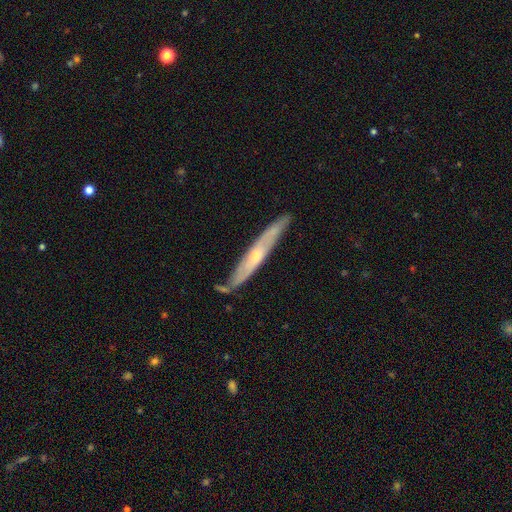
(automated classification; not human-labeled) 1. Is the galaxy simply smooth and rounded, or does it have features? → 64% featured or disk, 30% smooth, 5% star or artifact.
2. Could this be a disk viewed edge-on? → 77% yes, 23% no.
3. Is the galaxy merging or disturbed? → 77% none, 17% minor disturbance, 4% merger, 3% major disturbance.